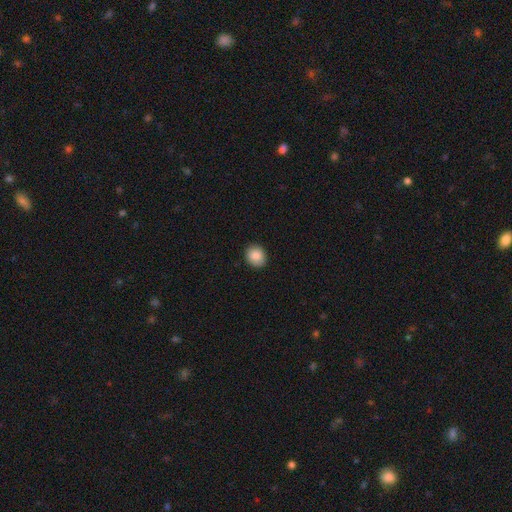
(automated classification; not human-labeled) Smooth or featured? Predicted: smooth (p=0.86). How rounded? Predicted: round (p=0.72). Merging? Predicted: none (p=0.91).